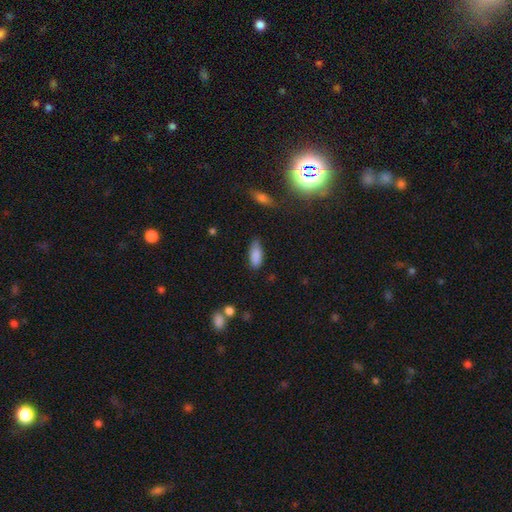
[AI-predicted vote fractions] A smooth galaxy with no disk features (86%) that is in between round and cigar-shaped (79%).

Vote fractions:
- Smooth or featured? smooth: 86% / star or artifact: 8% / featured or disk: 6%
- How rounded? in between: 79% / cigar-shaped: 19% / round: 2%
- Merging? none: 68% / minor disturbance: 25% / major disturbance: 5% / merger: 2%